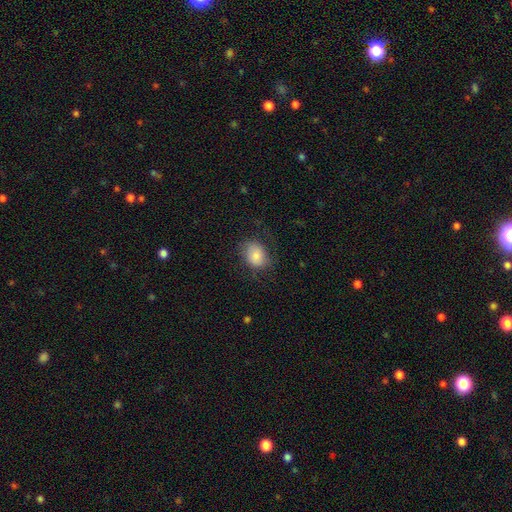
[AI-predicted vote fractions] A smooth galaxy with no disk features (80%) that is in between round and cigar-shaped (56%). Merging: none (66%).